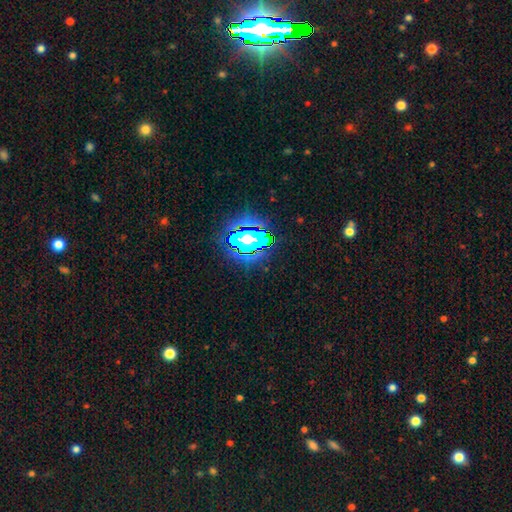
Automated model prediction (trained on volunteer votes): A star or artifact, not a galaxy (83%).

Vote fractions:
- Smooth or featured? star or artifact: 83% / smooth: 10% / featured or disk: 8%